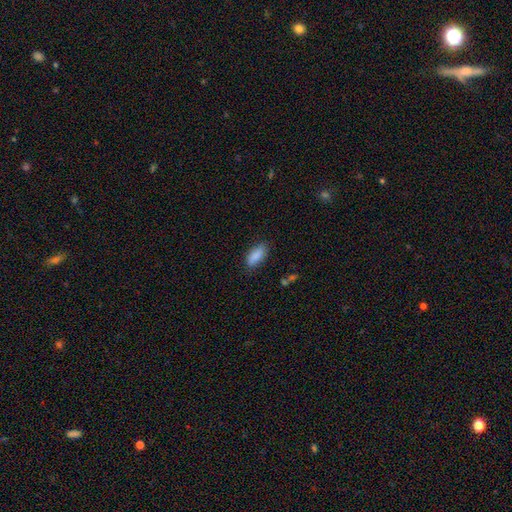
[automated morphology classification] A smooth galaxy with no disk features (88%) that is in between round and cigar-shaped (84%). Merging: none (80%).